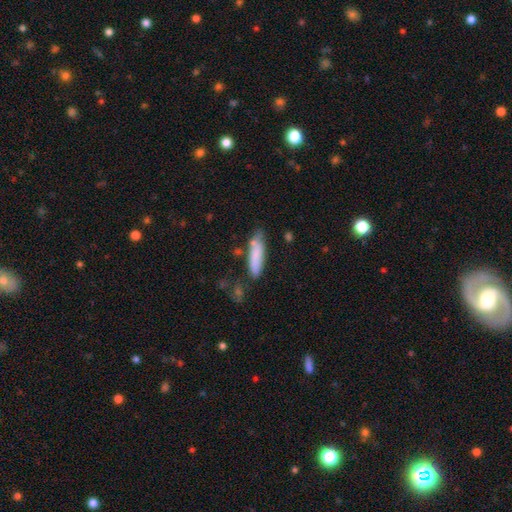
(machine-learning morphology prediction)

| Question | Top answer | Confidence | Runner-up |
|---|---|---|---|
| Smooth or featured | smooth | 80% | featured or disk (14%) |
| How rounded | cigar-shaped | 65% | in between (33%) |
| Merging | none | 63% | minor disturbance (24%) |